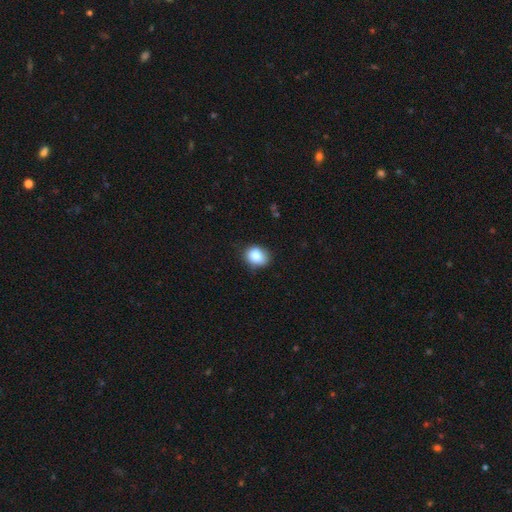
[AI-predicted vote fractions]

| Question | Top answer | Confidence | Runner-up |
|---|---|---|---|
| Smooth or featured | smooth | 84% | star or artifact (9%) |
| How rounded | round | 56% | in between (44%) |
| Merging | none | 76% | minor disturbance (19%) |